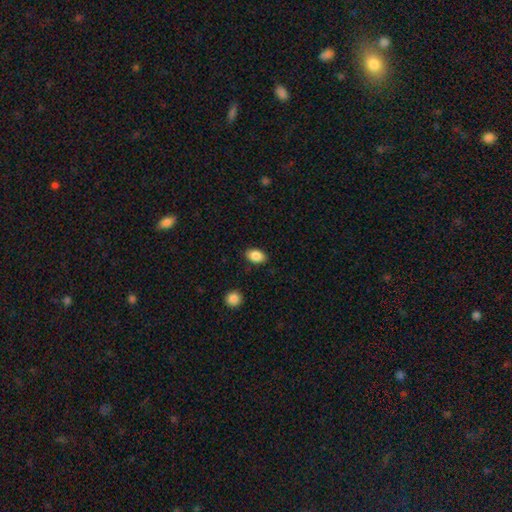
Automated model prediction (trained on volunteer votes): This appears to be a smooth galaxy with no disk features (87%) that is in between round and cigar-shaped (88%). Merging: none (86%).